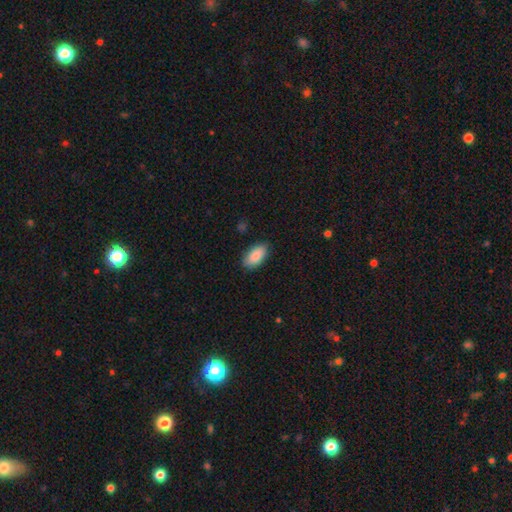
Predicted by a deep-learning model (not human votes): Smooth or featured: smooth — 88% (featured or disk — 6%)
How rounded: in between — 93% (cigar-shaped — 4%)
Merging: none — 84% (minor disturbance — 12%)